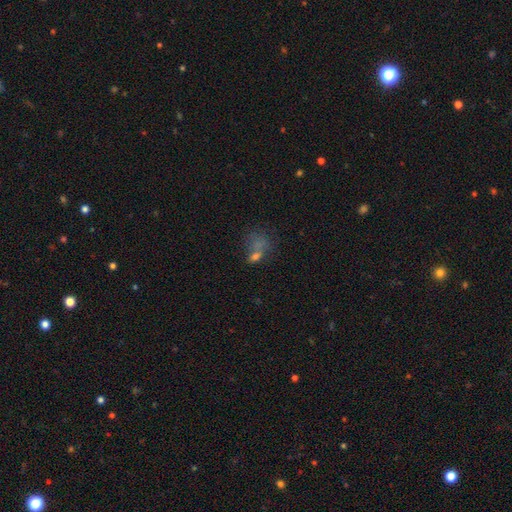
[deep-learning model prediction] Smooth or featured? Predicted: smooth (p=0.49). Merging? Predicted: none (p=0.52).